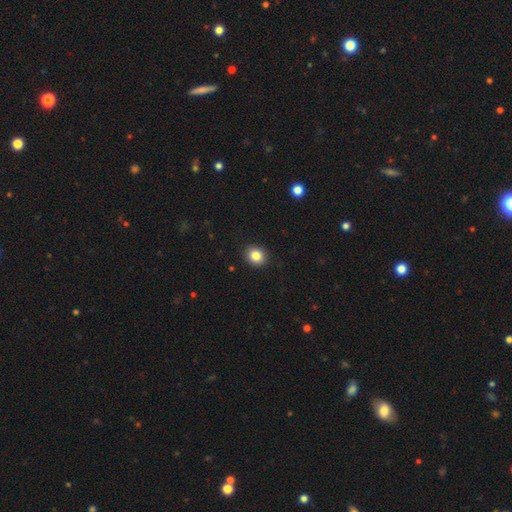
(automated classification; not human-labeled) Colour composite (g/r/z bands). It shows a smooth galaxy with no disk features (84%) that is round (75%). Merging: none (92%).